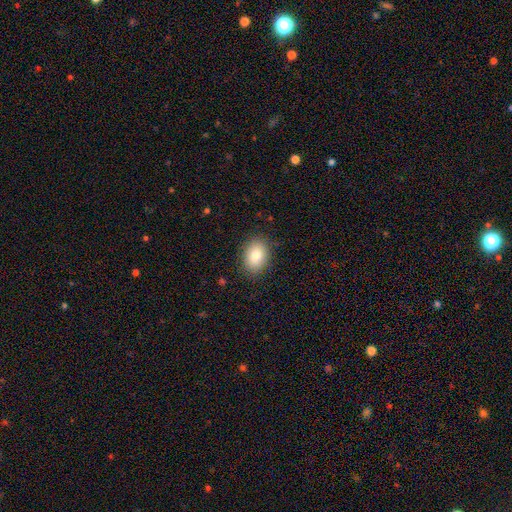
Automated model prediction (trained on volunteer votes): Smooth or featured? smooth (82%)
How rounded? in between (77%)
Merging? none (86%)